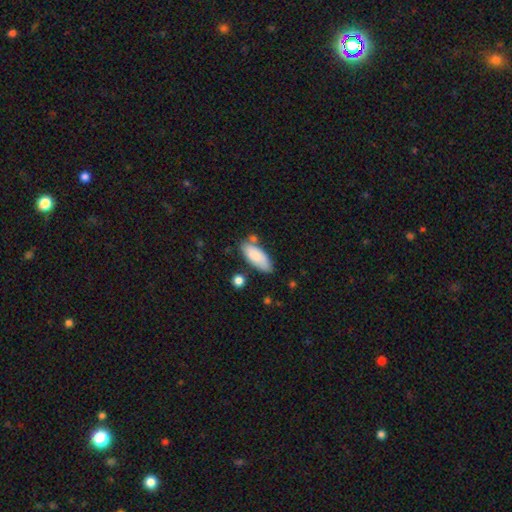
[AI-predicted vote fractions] smooth_or_featured: smooth (p=0.84) [alt: featured or disk p=0.10]
how_rounded: in between (p=0.81) [alt: cigar-shaped p=0.17]
merging: none (p=0.69) [alt: minor disturbance p=0.18]